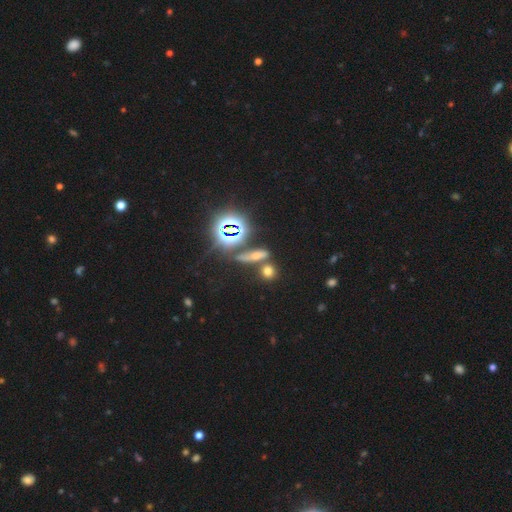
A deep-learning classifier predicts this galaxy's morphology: Smooth or featured: star or artifact — 41% (smooth — 40%)